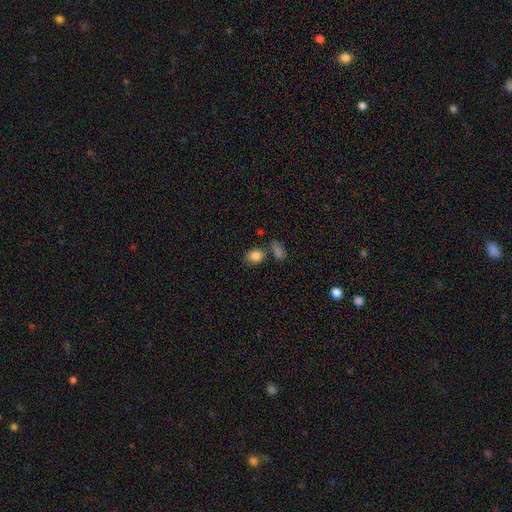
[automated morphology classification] A smooth galaxy with no disk features (85%) that is in between round and cigar-shaped (64%). Merging: none (64%).